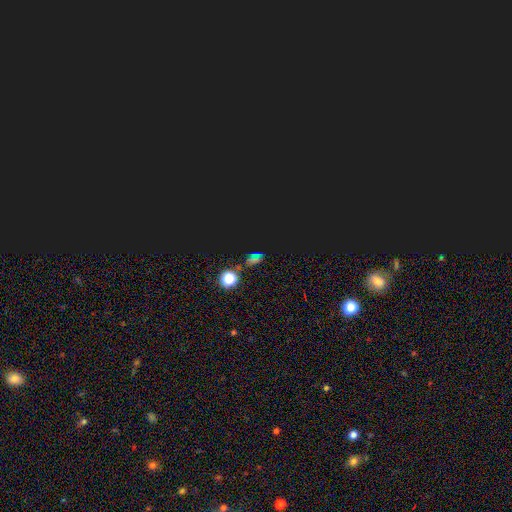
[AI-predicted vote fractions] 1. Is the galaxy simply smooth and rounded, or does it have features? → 70% star or artifact, 21% smooth, 9% featured or disk.